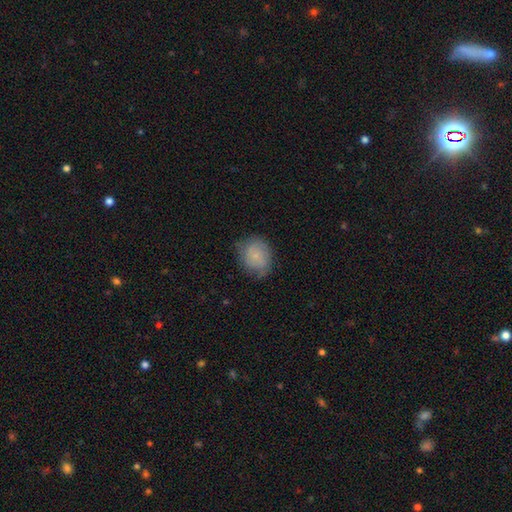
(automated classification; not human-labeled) A smooth galaxy with no disk features (67%) that is round (64%).

Vote fractions:
- Smooth or featured? smooth: 67% / featured or disk: 25% / star or artifact: 8%
- How rounded? round: 64% / in between: 35% / cigar-shaped: 1%
- Merging? none: 65% / minor disturbance: 26% / major disturbance: 7% / merger: 1%